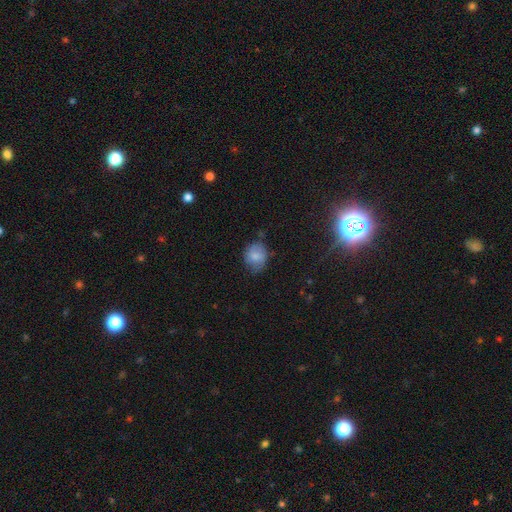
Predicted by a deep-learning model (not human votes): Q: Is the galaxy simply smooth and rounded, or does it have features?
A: smooth — 74%.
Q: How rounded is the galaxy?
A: round — 54%.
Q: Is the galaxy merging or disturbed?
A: none — 60%.